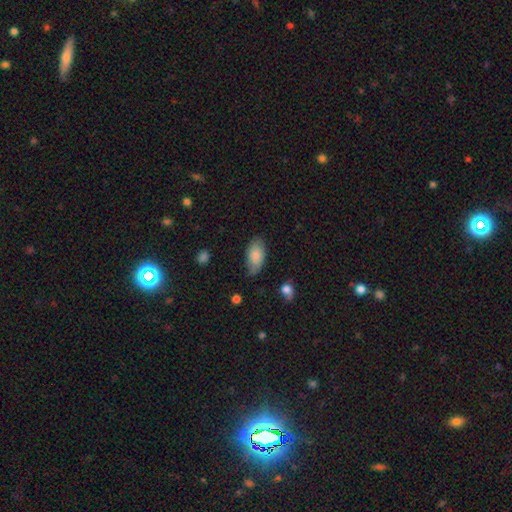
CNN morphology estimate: smooth-or-featured: smooth: 82% | featured or disk: 11% | star or artifact: 7%
  how-rounded: in between: 93% | round: 3% | cigar-shaped: 3%
  merging: none: 64% | minor disturbance: 28% | major disturbance: 6% | merger: 2%